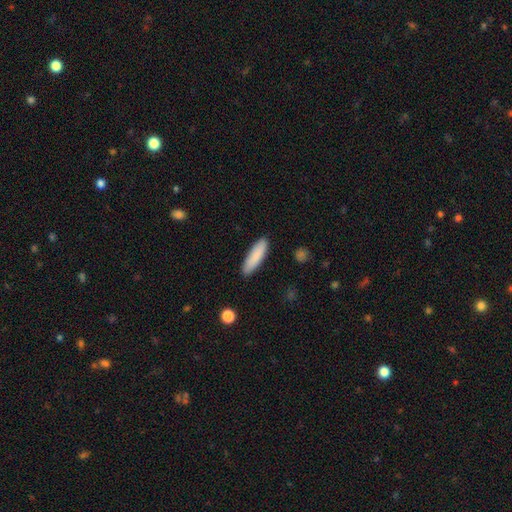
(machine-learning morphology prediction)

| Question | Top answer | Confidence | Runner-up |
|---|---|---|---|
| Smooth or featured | smooth | 87% | featured or disk (7%) |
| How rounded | cigar-shaped | 68% | in between (31%) |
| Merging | none | 89% | minor disturbance (8%) |